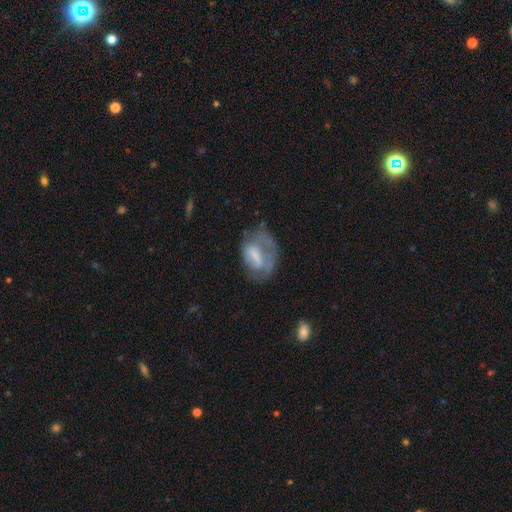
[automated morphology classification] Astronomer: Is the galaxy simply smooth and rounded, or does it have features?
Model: featured or disk — 50% (runner-up: smooth, 42%).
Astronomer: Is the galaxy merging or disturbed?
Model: none — 36% (runner-up: major disturbance, 33%).